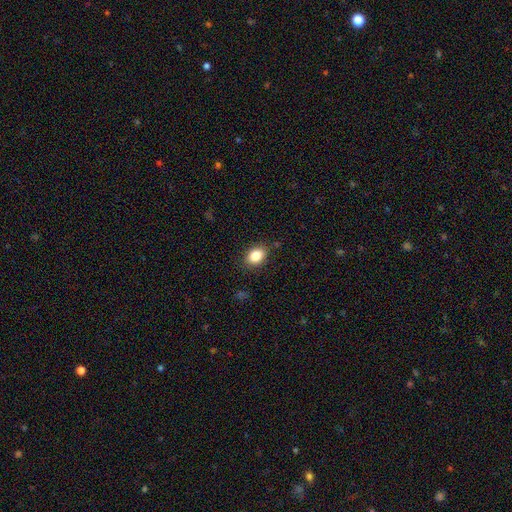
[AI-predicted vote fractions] Overall: smooth (85%). How rounded: in between (75%). Merging: none (86%).